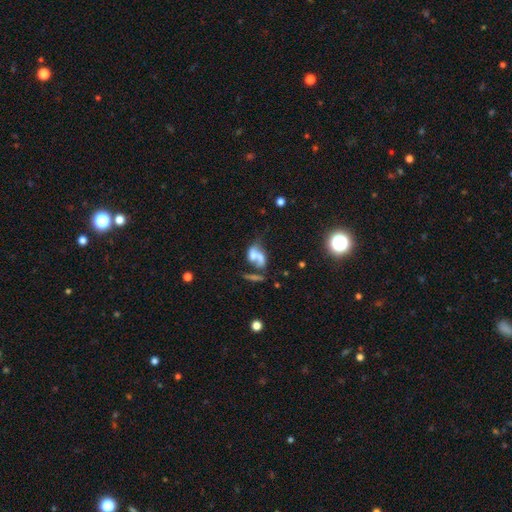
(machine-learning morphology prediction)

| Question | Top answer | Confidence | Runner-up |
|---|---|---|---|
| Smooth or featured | smooth | 46% | featured or disk (39%) |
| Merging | merger | 54% | none (19%) |